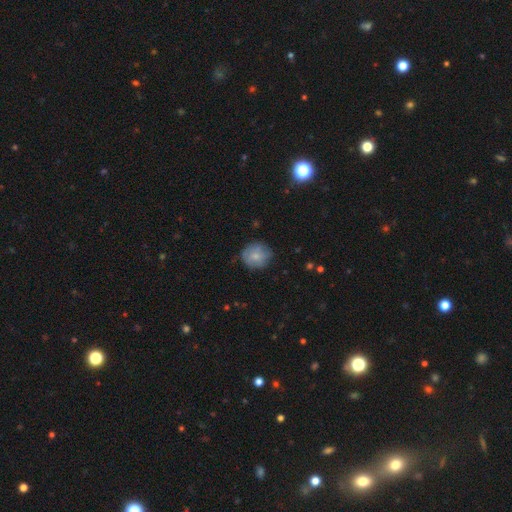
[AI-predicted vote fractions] Smooth or featured? smooth (72%)
How rounded? round (84%)
Merging? none (73%)